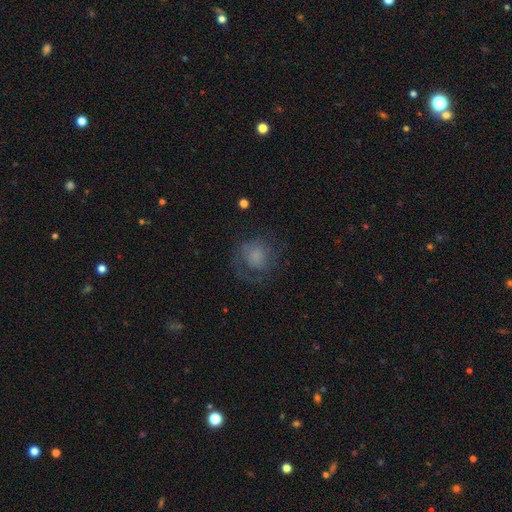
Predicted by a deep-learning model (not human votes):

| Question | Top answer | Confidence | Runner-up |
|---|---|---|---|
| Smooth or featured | smooth | 57% | featured or disk (32%) |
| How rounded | round | 79% | in between (19%) |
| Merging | none | 57% | major disturbance (22%) |